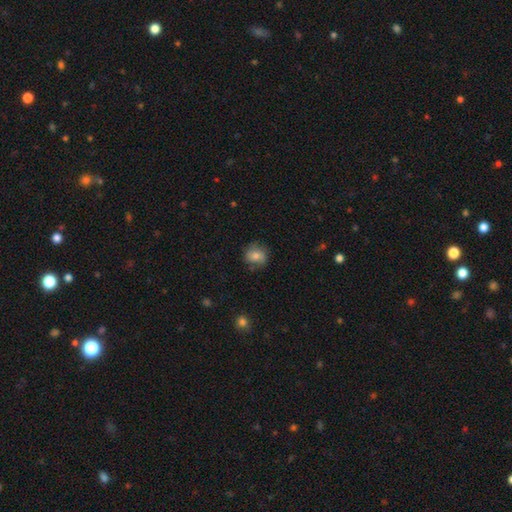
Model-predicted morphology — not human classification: Smooth or featured: smooth — 73% (featured or disk — 18%)
How rounded: round — 75% (in between — 24%)
Merging: none — 72% (minor disturbance — 21%)